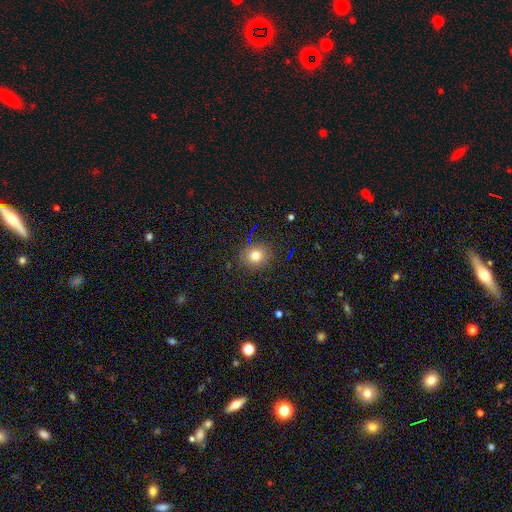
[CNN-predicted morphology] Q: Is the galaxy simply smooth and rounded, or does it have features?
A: smooth — 75%.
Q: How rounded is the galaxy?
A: round — 80%.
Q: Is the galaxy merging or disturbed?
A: none — 87%.